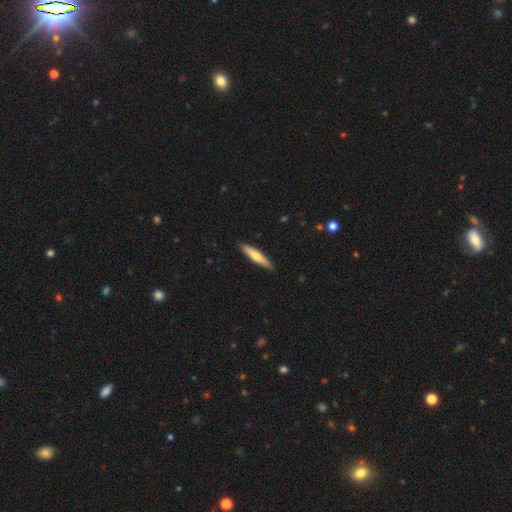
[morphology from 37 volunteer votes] smooth_or_featured: smooth (p=0.59) [alt: featured or disk p=0.35]
how_rounded: cigar-shaped (p=0.86) [alt: in between p=0.14]
merging: none (p=0.94) [alt: minor disturbance p=0.06]